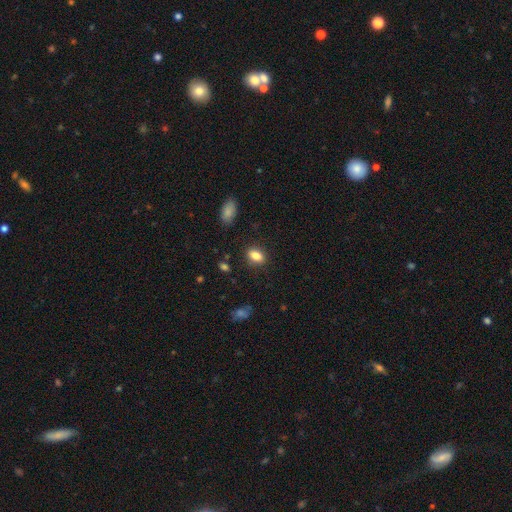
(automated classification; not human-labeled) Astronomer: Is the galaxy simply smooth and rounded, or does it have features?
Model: smooth — 85%.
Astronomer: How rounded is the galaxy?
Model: in between — 82%.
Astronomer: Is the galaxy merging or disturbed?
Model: none — 84%.